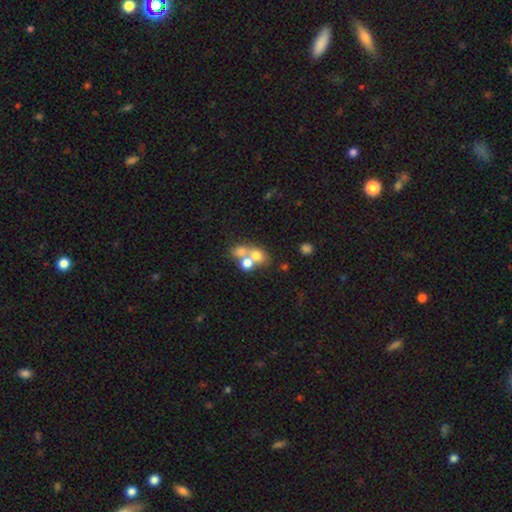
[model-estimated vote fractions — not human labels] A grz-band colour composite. It shows a smooth galaxy with no disk features (63%) that is round (65%). Merging: merger (61%).